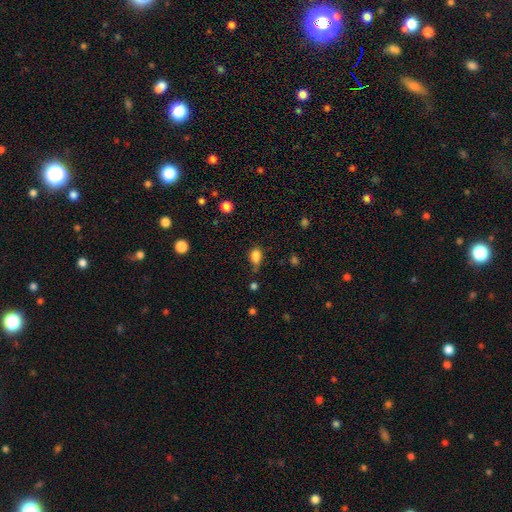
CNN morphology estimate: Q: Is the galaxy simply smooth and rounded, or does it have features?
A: smooth — 83%.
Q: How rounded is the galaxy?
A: in between — 77%.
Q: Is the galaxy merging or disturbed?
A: none — 46%.